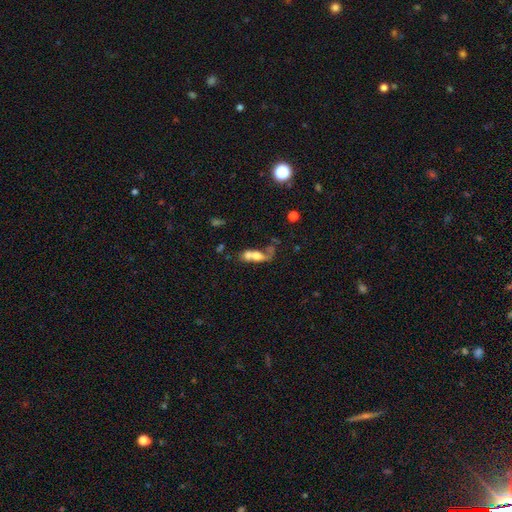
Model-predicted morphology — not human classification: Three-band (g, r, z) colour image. It shows a smooth galaxy with no disk features (54%) that is in between round and cigar-shaped (61%). Merging: merger (66%).